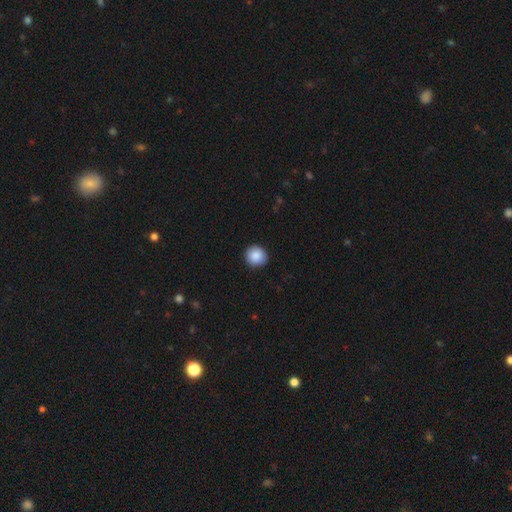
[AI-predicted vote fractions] smooth_or_featured: smooth (p=0.88) [alt: star or artifact p=0.08]
how_rounded: round (p=0.92) [alt: in between p=0.07]
merging: none (p=0.91) [alt: minor disturbance p=0.06]